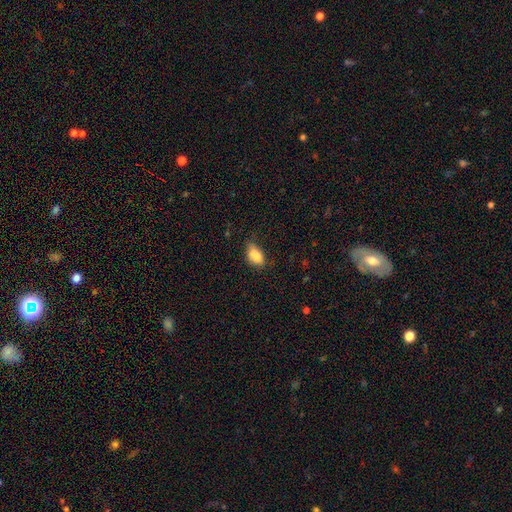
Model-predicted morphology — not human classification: A smooth galaxy with no disk features (82%) that is in between round and cigar-shaped (88%).

Vote fractions:
- Smooth or featured? smooth: 82% / featured or disk: 9% / star or artifact: 9%
- How rounded? in between: 88% / round: 8% / cigar-shaped: 4%
- Merging? none: 49% / minor disturbance: 35% / major disturbance: 10% / merger: 6%